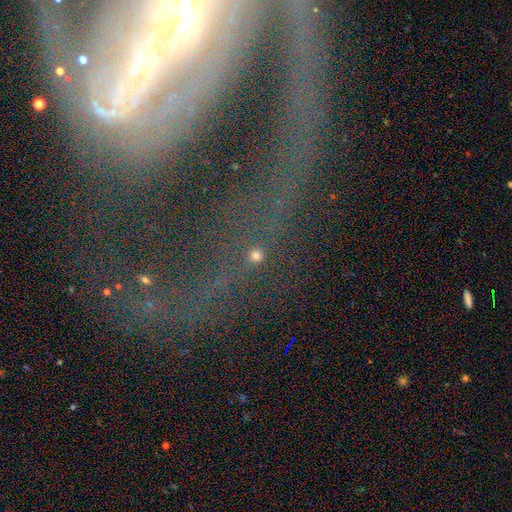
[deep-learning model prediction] Smooth or featured? star or artifact (55%)